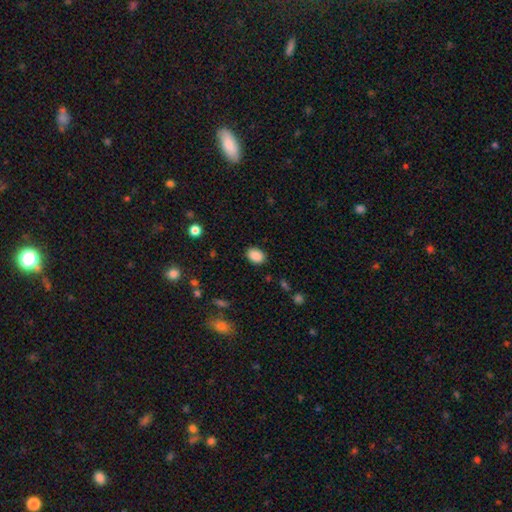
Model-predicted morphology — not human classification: Q: Smooth or featured?
A: smooth (88%); runner-up: star or artifact (8%)
Q: How rounded?
A: in between (78%); runner-up: round (21%)
Q: Merging?
A: none (87%); runner-up: minor disturbance (9%)